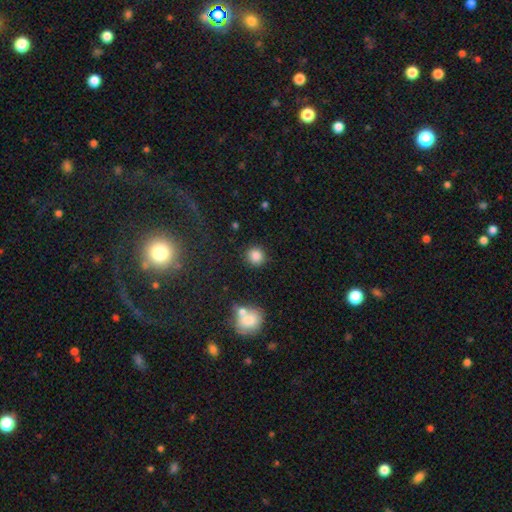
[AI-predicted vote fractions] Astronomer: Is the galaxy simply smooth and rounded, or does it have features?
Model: smooth — 85%.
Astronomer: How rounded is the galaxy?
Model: round — 90%.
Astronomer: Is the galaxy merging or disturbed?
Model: none — 86%.